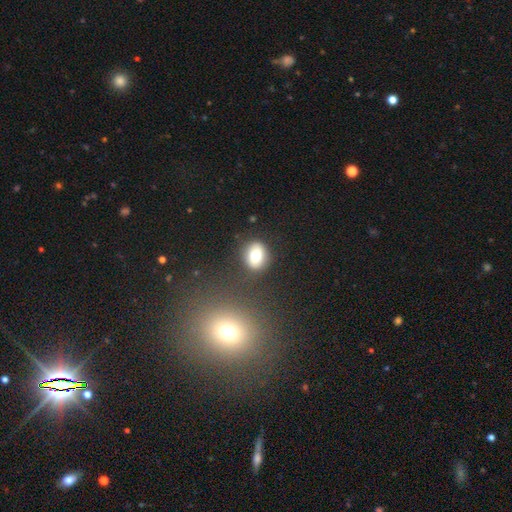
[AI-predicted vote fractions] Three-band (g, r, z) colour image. It shows a smooth galaxy with no disk features (71%) that is round (54%). Merging: none (83%).